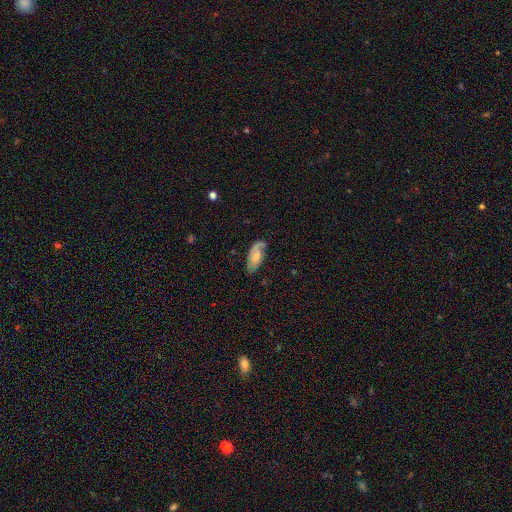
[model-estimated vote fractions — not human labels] Smooth or featured?
  - featured or disk: 49% *
  - smooth: 44%
  - star or artifact: 7%
Merging?
  - none: 62% *
  - minor disturbance: 26%
  - major disturbance: 10%
  - merger: 2%